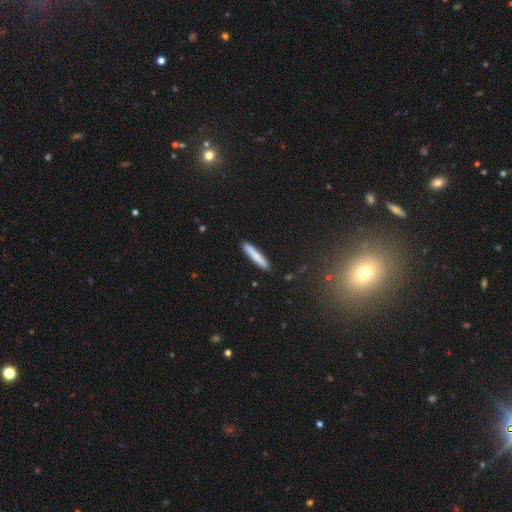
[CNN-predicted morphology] type=smooth (78%); roundness=cigar-shaped (93%); merging=none (90%).